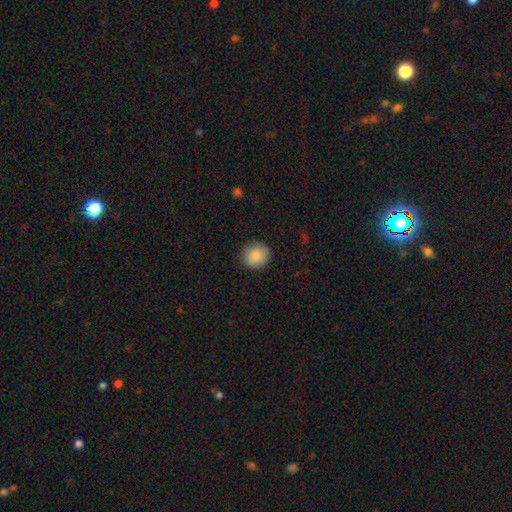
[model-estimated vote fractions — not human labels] smooth-or-featured: smooth: 86% | star or artifact: 8% | featured or disk: 6%
  how-rounded: round: 81% | in between: 18% | cigar-shaped: 1%
  merging: none: 88% | minor disturbance: 9% | major disturbance: 2% | merger: 1%